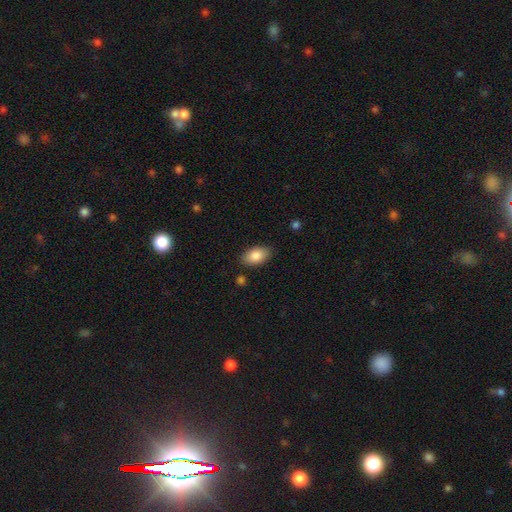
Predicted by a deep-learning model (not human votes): A smooth galaxy with no disk features (85%) that is in between round and cigar-shaped (92%). Merging: none (84%).